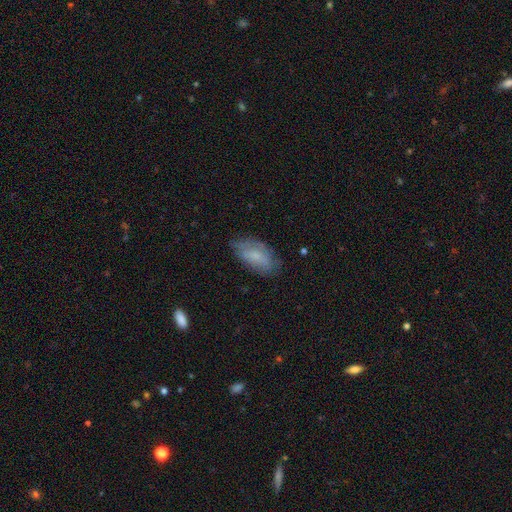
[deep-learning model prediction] smooth_or_featured: smooth (p=0.68) [alt: featured or disk p=0.25]
how_rounded: in between (p=0.92) [alt: cigar-shaped p=0.05]
merging: none (p=0.67) [alt: minor disturbance p=0.25]